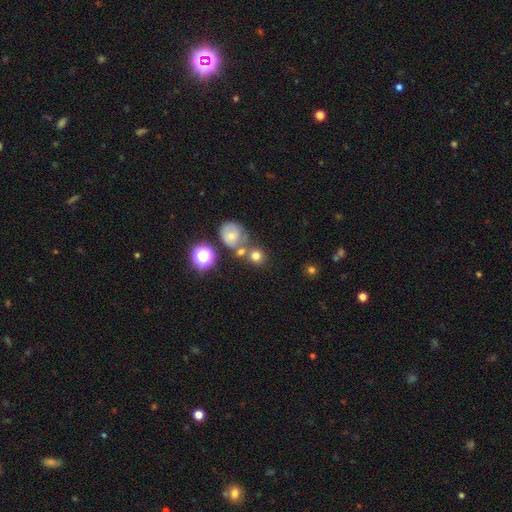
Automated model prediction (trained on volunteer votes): Smooth or featured: smooth — 72% (star or artifact — 17%)
How rounded: round — 83% (in between — 16%)
Merging: none — 58% (merger — 28%)